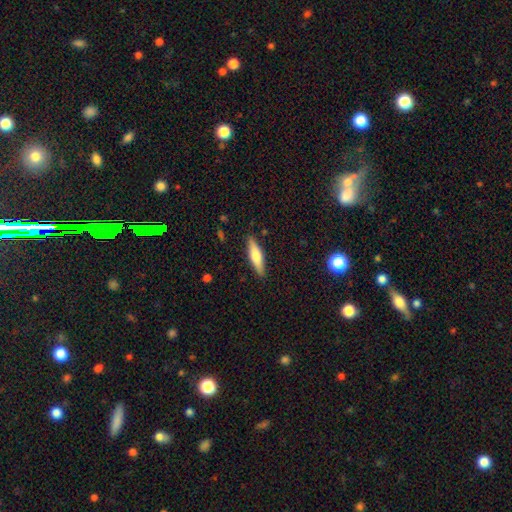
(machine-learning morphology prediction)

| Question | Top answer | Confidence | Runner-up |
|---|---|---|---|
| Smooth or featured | smooth | 56% | featured or disk (38%) |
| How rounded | cigar-shaped | 66% | in between (32%) |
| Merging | none | 88% | minor disturbance (9%) |